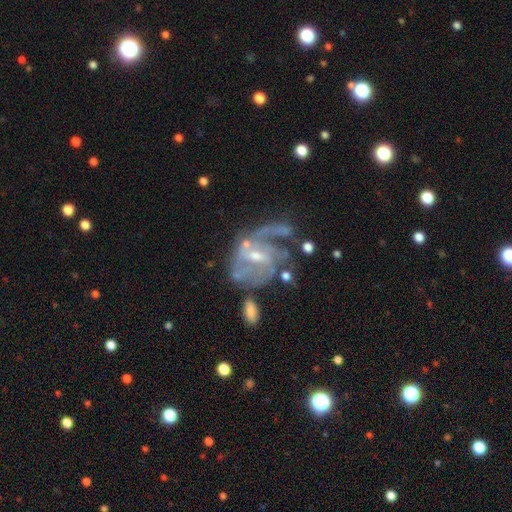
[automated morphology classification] Q: Smooth or featured?
A: featured or disk (81%); runner-up: star or artifact (11%)
Q: Edge-on disk?
A: no (97%); runner-up: yes (3%)
Q: Bar?
A: weak (46%); runner-up: no (29%)
Q: Spiral arms?
A: yes (86%); runner-up: no (14%)
Q: Spiral winding?
A: medium (42%); runner-up: tight (31%)
Q: Spiral arm count?
A: 2 (37%); runner-up: can't tell (26%)
Q: Bulge size?
A: small (64%); runner-up: moderate (29%)
Q: Merging?
A: none (39%); runner-up: major disturbance (30%)